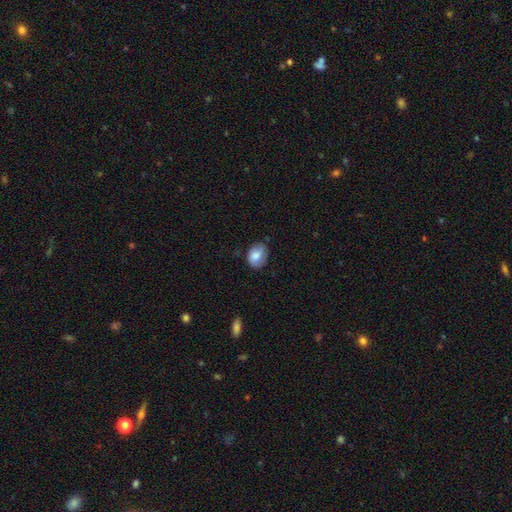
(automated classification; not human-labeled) smooth-or-featured: smooth: 81% | featured or disk: 12% | star or artifact: 7%
  how-rounded: in between: 70% | round: 29% | cigar-shaped: 1%
  merging: none: 64% | minor disturbance: 29% | major disturbance: 6% | merger: 2%